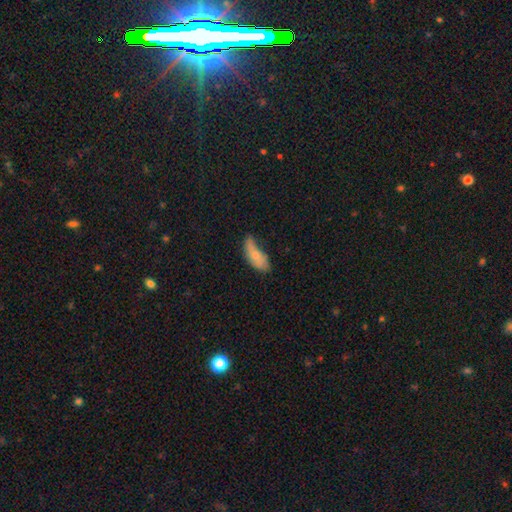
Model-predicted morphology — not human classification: Q: Smooth or featured?
A: smooth (71%); runner-up: featured or disk (21%)
Q: How rounded?
A: in between (80%); runner-up: cigar-shaped (17%)
Q: Merging?
A: minor disturbance (40%); runner-up: none (31%)